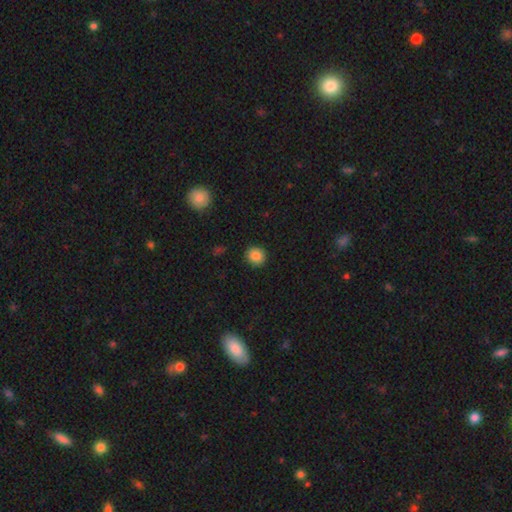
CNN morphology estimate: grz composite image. It shows a smooth galaxy with no disk features (85%) that is round (89%). Merging: none (90%).